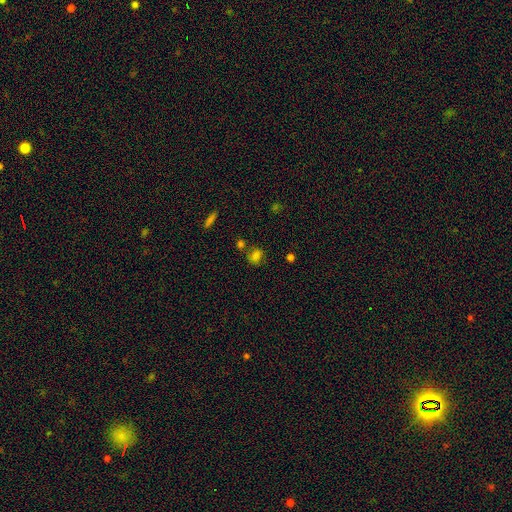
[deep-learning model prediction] This appears to be a smooth galaxy with no disk features (74%) that is round (61%). Merging: none (63%).